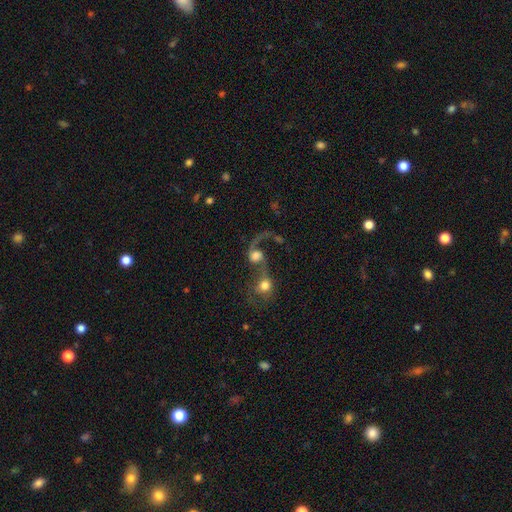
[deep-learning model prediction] Smooth or featured? featured or disk (53%)
Edge-on disk? no (96%)
Bar? no (72%)
Spiral arms? yes (76%)
Bulge size? large (37%)
Merging? merger (71%)